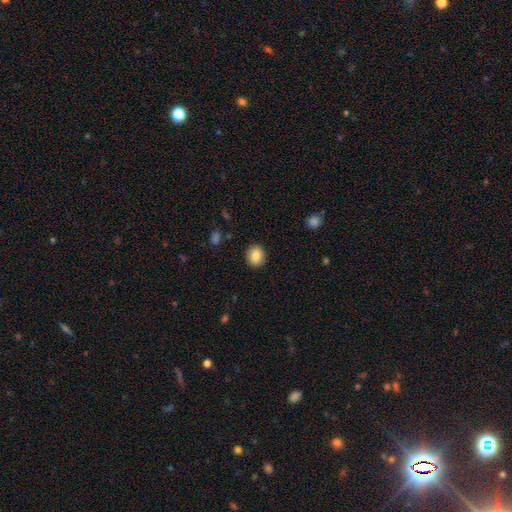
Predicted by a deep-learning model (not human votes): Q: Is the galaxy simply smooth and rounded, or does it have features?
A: smooth — 85%.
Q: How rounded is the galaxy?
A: round — 61%.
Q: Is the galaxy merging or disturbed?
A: none — 89%.